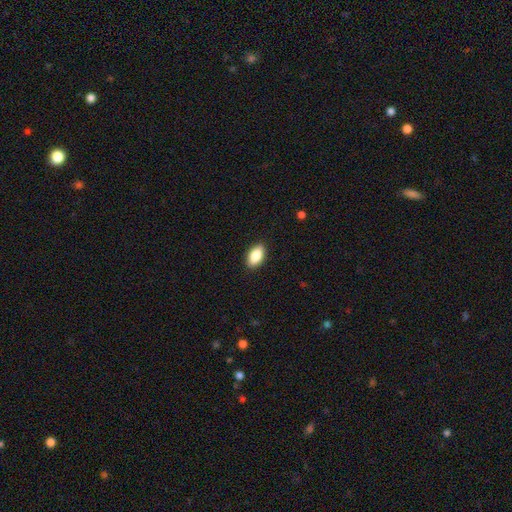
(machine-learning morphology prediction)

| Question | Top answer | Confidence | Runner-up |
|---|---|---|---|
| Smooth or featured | smooth | 86% | featured or disk (7%) |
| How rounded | in between | 92% | cigar-shaped (4%) |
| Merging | none | 90% | minor disturbance (8%) |